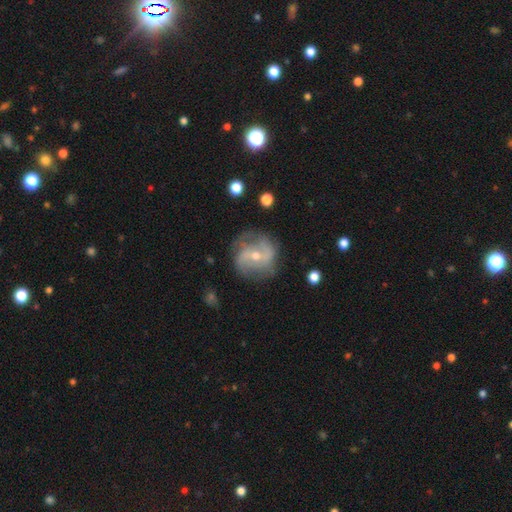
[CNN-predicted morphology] A featured or disk galaxy (77%) with no bar (42%), 2 (68%) medium (43%) spiral arms (88%) and a small central bulge (54%). Merging: none (74%).